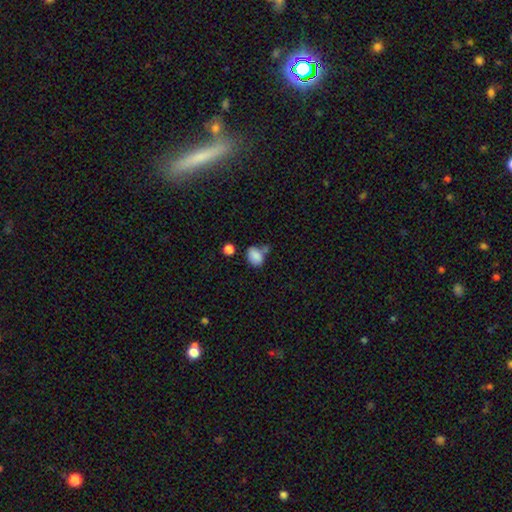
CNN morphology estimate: smooth 84%, star or artifact 9%, featured or disk 6%. Down the decision tree: how rounded — in between (76%); merging — none (50%).